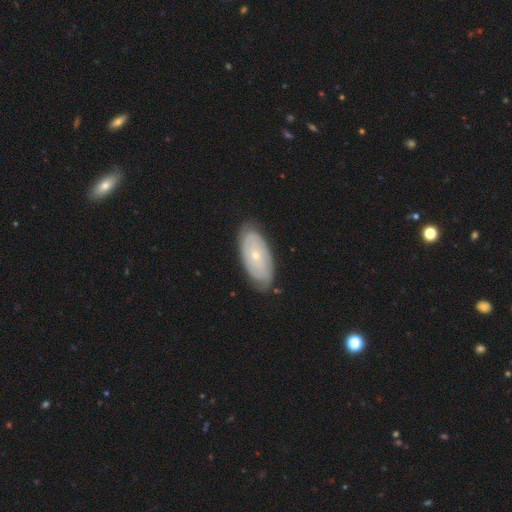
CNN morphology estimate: smooth-or-featured: featured or disk: 63% | smooth: 31% | star or artifact: 6%
  disk-edge-on: no: 90% | yes: 10%
    bar: no: 86% | weak: 11% | strong: 3%
    has-spiral-arms: yes: 67% | no: 33%
    bulge-size: small: 71% | moderate: 26% | large: 1% | none: 1% | dominant: 1%
  merging: none: 78% | minor disturbance: 17% | major disturbance: 3% | merger: 1%